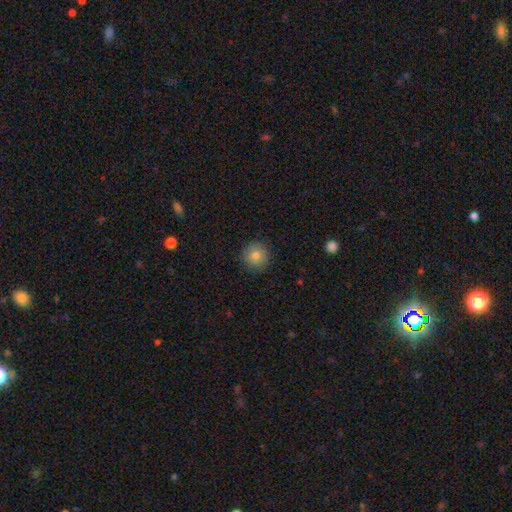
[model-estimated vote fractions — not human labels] Smooth or featured? Predicted: smooth (p=0.80). How rounded? Predicted: round (p=0.95). Merging? Predicted: none (p=0.91).